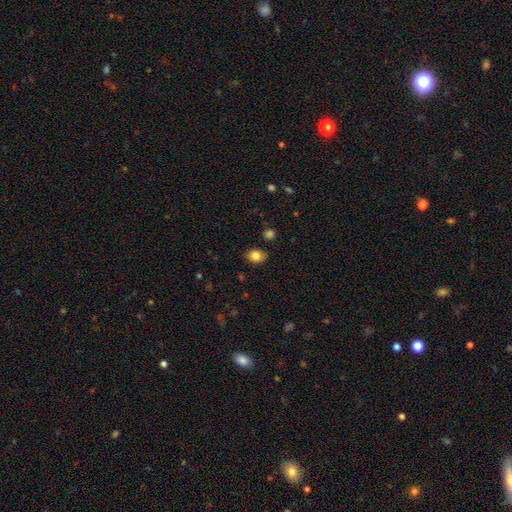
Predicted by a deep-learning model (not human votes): This appears to be a smooth galaxy with no disk features (83%) that is in between round and cigar-shaped (60%). Merging: none (83%).